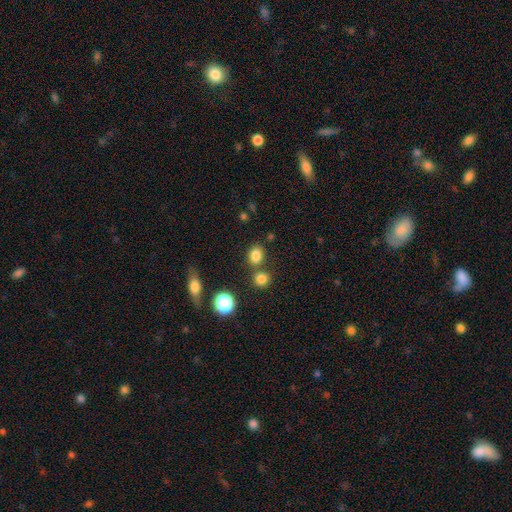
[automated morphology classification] smooth_or_featured: smooth (p=0.80) [alt: star or artifact p=0.14]
how_rounded: round (p=0.52) [alt: in between p=0.47]
merging: none (p=0.69) [alt: merger p=0.17]